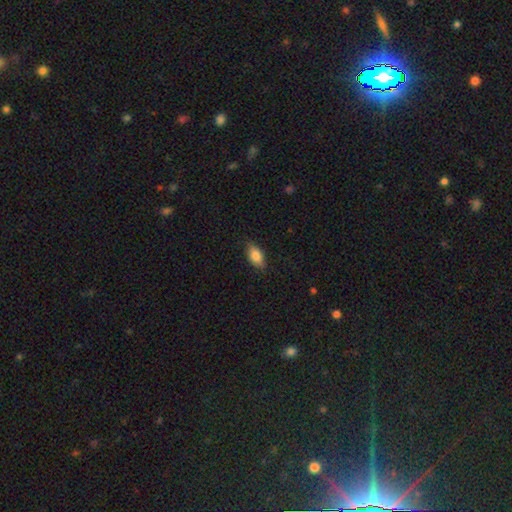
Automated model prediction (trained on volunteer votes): Smooth or featured?
  - smooth: 82% *
  - featured or disk: 11%
  - star or artifact: 7%
How rounded?
  - in between: 89% *
  - cigar-shaped: 6%
  - round: 5%
Merging?
  - none: 82% *
  - minor disturbance: 14%
  - major disturbance: 3%
  - merger: 1%